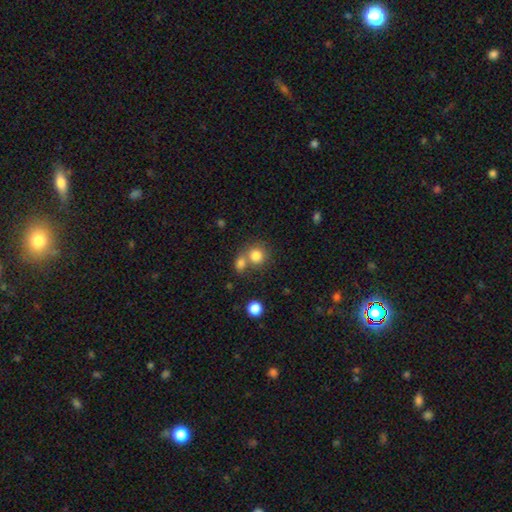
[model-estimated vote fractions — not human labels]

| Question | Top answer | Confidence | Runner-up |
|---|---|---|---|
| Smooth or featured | smooth | 80% | star or artifact (11%) |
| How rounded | round | 84% | in between (15%) |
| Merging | none | 50% | merger (39%) |